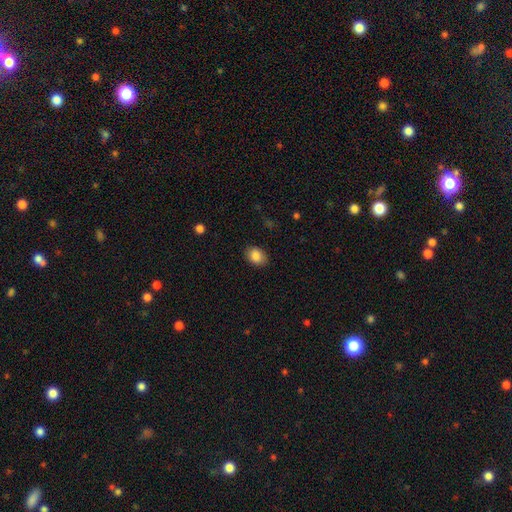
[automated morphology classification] This appears to be a smooth galaxy with no disk features (87%) that is in between round and cigar-shaped (74%). Merging: none (86%).